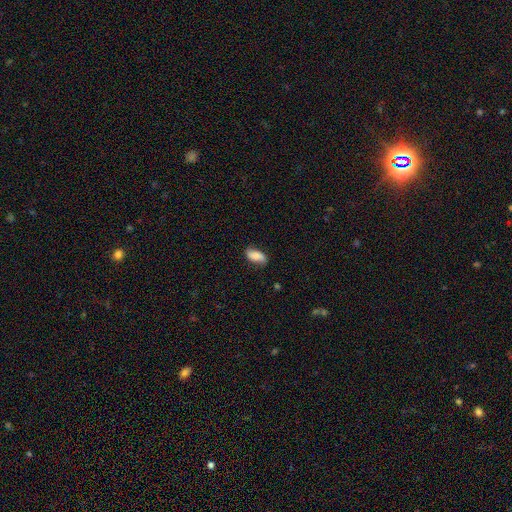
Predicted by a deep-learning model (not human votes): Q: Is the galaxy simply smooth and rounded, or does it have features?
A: smooth — 71%.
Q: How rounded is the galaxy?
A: in between — 89%.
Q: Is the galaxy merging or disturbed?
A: none — 77%.